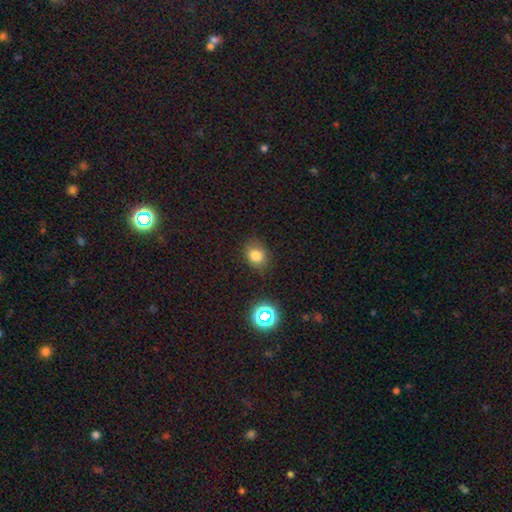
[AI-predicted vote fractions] smooth-or-featured: smooth: 77% | star or artifact: 15% | featured or disk: 8%
  how-rounded: round: 50% | in between: 49% | cigar-shaped: 1%
  merging: none: 78% | minor disturbance: 16% | major disturbance: 4% | merger: 2%